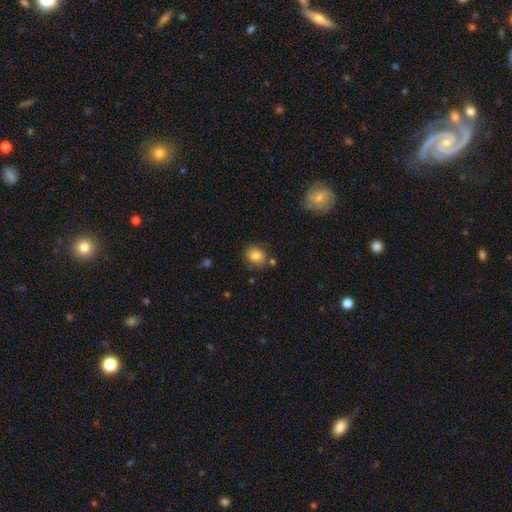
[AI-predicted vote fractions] Smooth or featured? smooth (84%)
How rounded? round (66%)
Merging? none (78%)